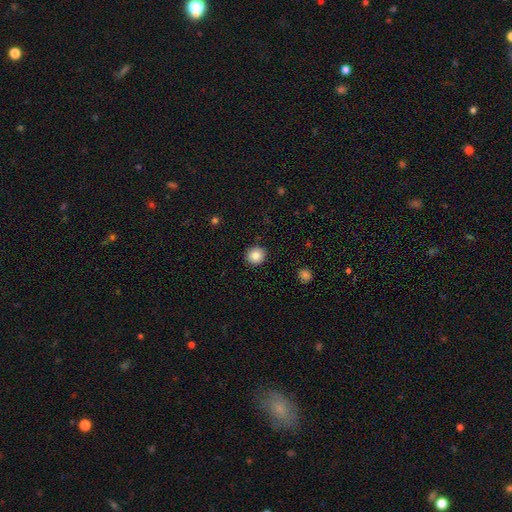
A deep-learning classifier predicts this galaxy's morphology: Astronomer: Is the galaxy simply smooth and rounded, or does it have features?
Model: smooth — 85%.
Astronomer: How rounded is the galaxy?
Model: round — 91%.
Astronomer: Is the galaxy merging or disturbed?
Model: none — 91%.